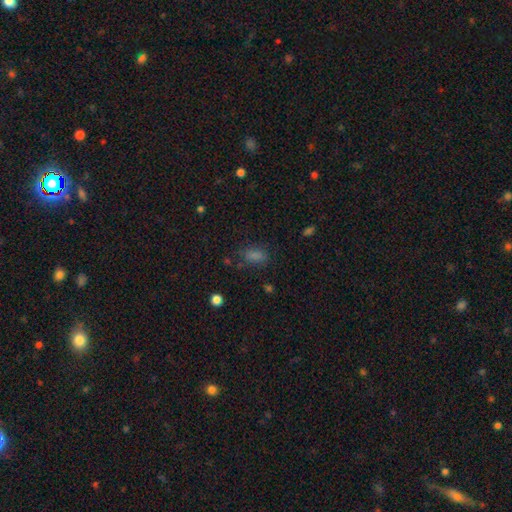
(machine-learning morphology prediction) smooth_or_featured: smooth (p=0.73) [alt: star or artifact p=0.20]
how_rounded: in between (p=0.81) [alt: cigar-shaped p=0.09]
merging: none (p=0.74) [alt: minor disturbance p=0.16]